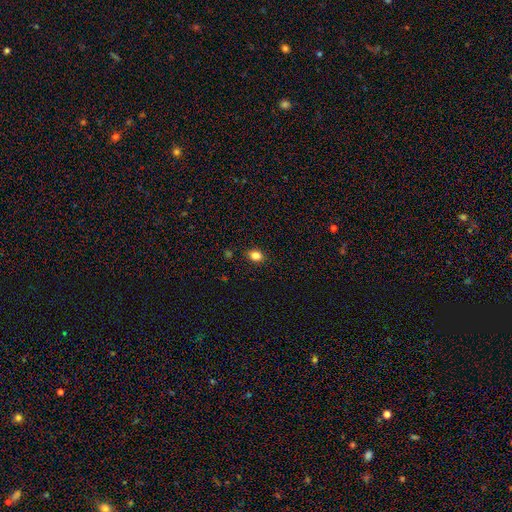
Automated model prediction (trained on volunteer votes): A smooth galaxy with no disk features (84%) that is in between round and cigar-shaped (59%). Merging: none (88%).